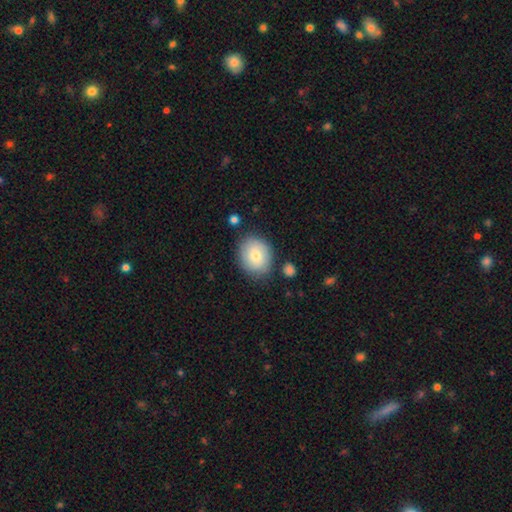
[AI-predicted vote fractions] This appears to be a smooth galaxy with no disk features (74%) that is round (63%). Merging: none (78%).